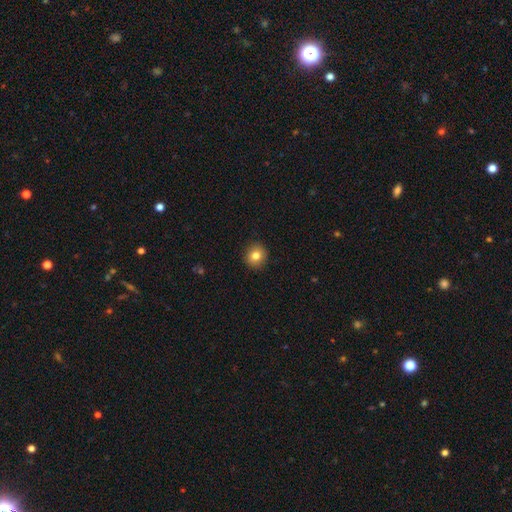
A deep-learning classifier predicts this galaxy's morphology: Q: Smooth or featured?
A: smooth (81%); runner-up: star or artifact (10%)
Q: How rounded?
A: round (87%); runner-up: in between (12%)
Q: Merging?
A: none (92%); runner-up: minor disturbance (6%)